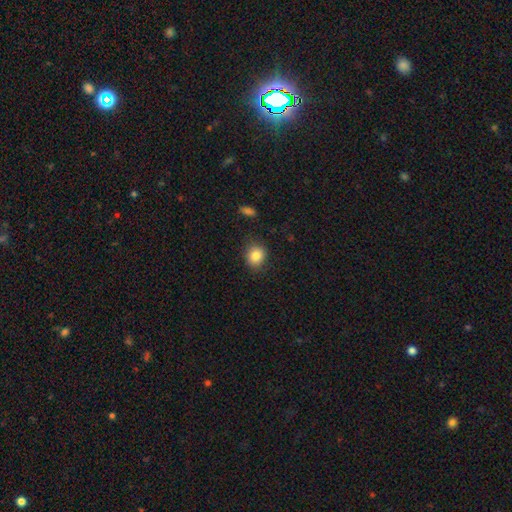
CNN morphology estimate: Smooth or featured: smooth — 85% (star or artifact — 10%)
How rounded: round — 69% (in between — 30%)
Merging: none — 83% (minor disturbance — 12%)